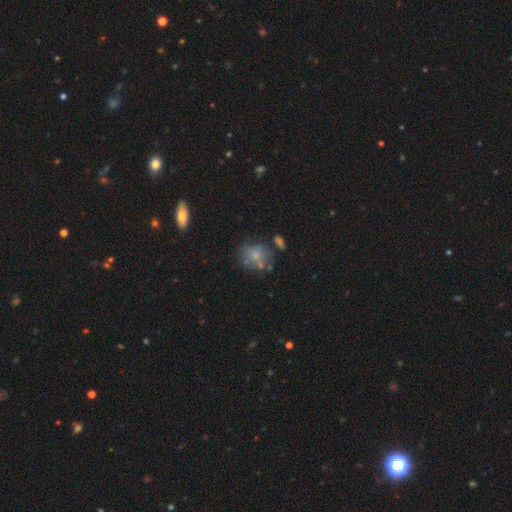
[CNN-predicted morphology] A smooth galaxy with no disk features (55%) that is round (61%). Merging: none (49%).